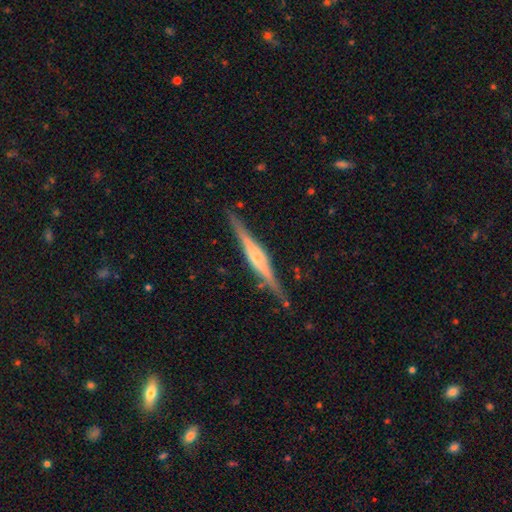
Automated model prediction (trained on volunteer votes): smooth_or_featured: featured or disk (p=0.81) [alt: smooth p=0.14]
disk_edge_on: yes (p=0.98) [alt: no p=0.02]
edge_on_bulge: rounded (p=0.70) [alt: boxy p=0.21]
merging: none (p=0.88) [alt: minor disturbance p=0.09]